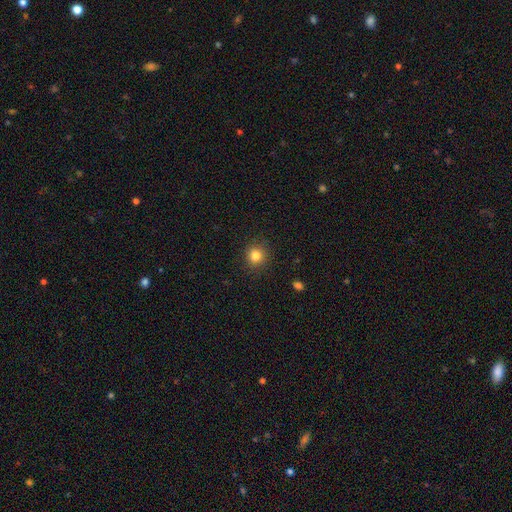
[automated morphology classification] A smooth galaxy with no disk features (83%) that is round (90%).

Vote fractions:
- Smooth or featured? smooth: 83% / star or artifact: 12% / featured or disk: 5%
- How rounded? round: 90% / in between: 9% / cigar-shaped: 1%
- Merging? none: 90% / minor disturbance: 7% / major disturbance: 2% / merger: 1%